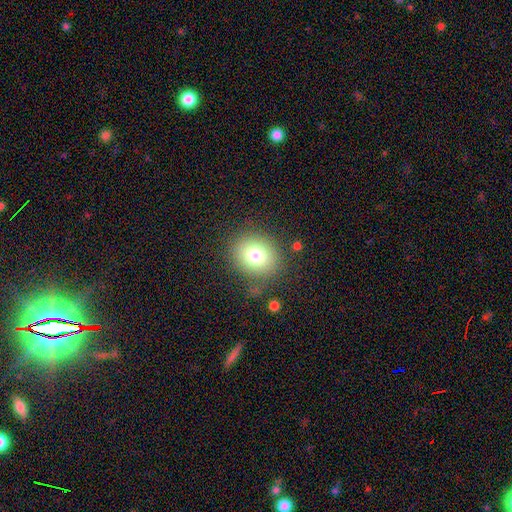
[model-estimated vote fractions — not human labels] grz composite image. It shows a smooth galaxy with no disk features (77%) that is round (70%). Merging: none (78%).